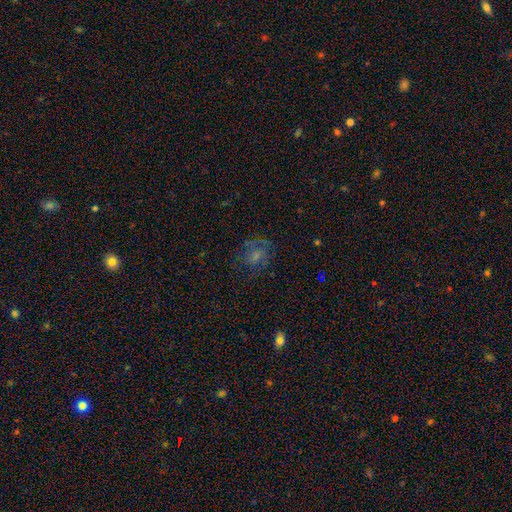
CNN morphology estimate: This appears to be a smooth galaxy with no disk features (38%). Merging: none (64%).